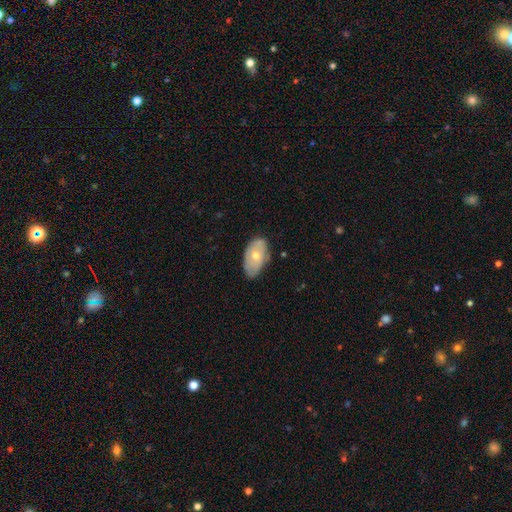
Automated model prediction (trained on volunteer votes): Morphology: type=smooth (61%); roundness=in between (92%); merging=none (62%).